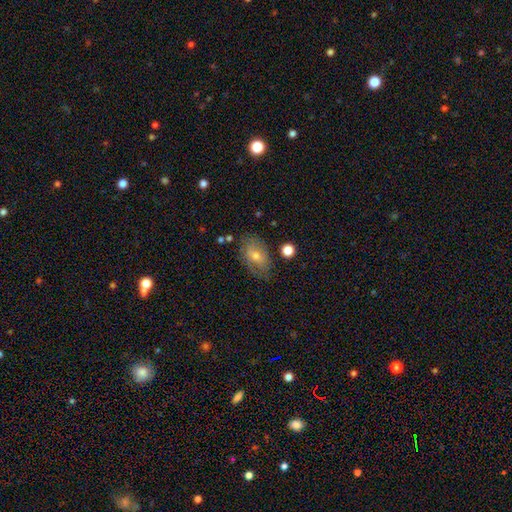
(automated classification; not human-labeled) This appears to be a smooth galaxy with no disk features (52%) that is in between round and cigar-shaped (86%). Merging: none (71%).